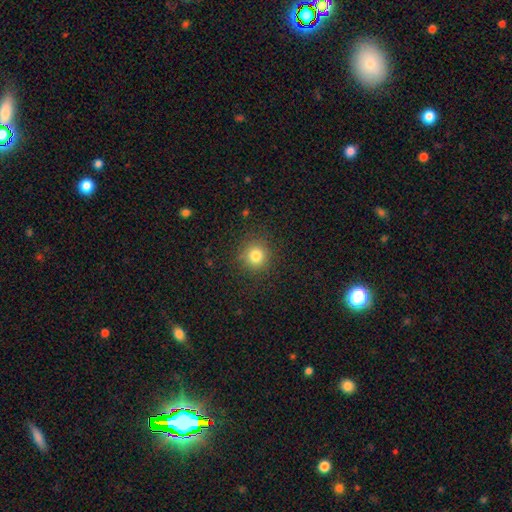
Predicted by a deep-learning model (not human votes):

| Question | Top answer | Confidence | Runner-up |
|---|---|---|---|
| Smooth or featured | smooth | 81% | star or artifact (13%) |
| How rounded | round | 93% | in between (6%) |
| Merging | none | 88% | minor disturbance (8%) |